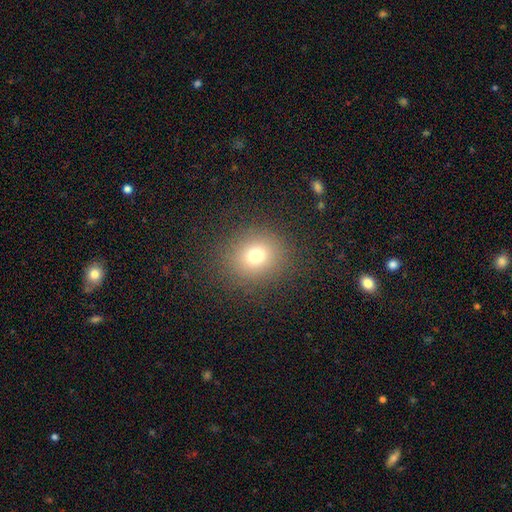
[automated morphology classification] smooth_or_featured: smooth (p=0.73) [alt: star or artifact p=0.17]
how_rounded: round (p=0.82) [alt: in between p=0.17]
merging: none (p=0.87) [alt: minor disturbance p=0.08]